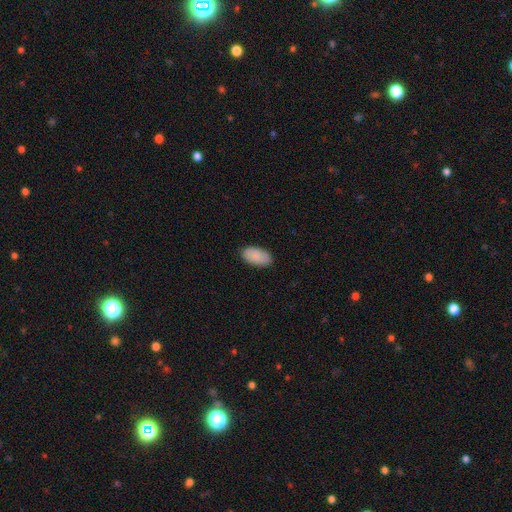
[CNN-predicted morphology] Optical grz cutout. It shows a smooth galaxy with no disk features (89%) that is in between round and cigar-shaped (95%). Merging: none (86%).